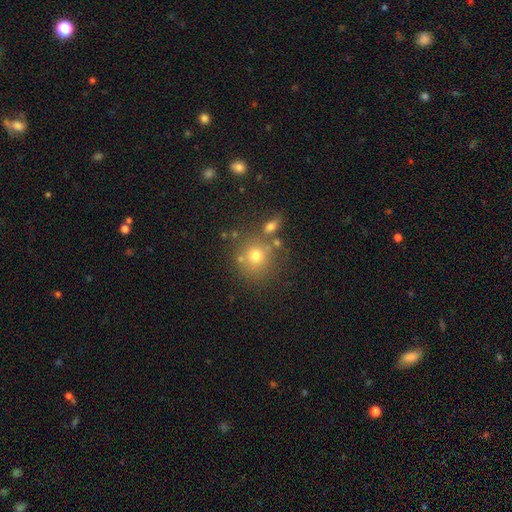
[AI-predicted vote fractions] A smooth galaxy with no disk features (71%) that is round (86%).

Vote fractions:
- Smooth or featured? smooth: 71% / star or artifact: 15% / featured or disk: 14%
- How rounded? round: 86% / in between: 13% / cigar-shaped: 1%
- Merging? none: 66% / merger: 16% / minor disturbance: 12% / major disturbance: 5%